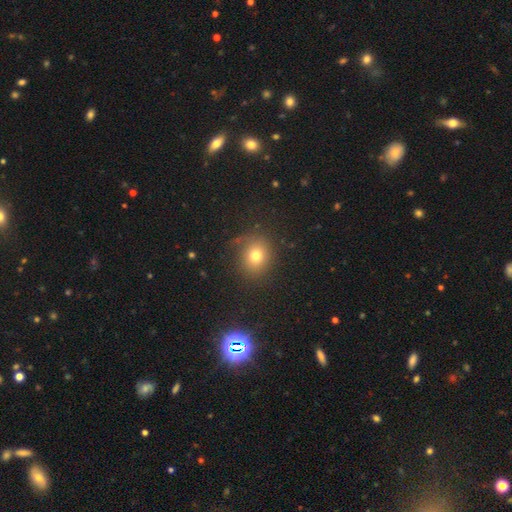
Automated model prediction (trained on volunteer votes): Smooth or featured?
  - smooth: 74% *
  - star or artifact: 15%
  - featured or disk: 10%
How rounded?
  - round: 73% *
  - in between: 26%
  - cigar-shaped: 1%
Merging?
  - none: 79% *
  - minor disturbance: 13%
  - major disturbance: 6%
  - merger: 2%